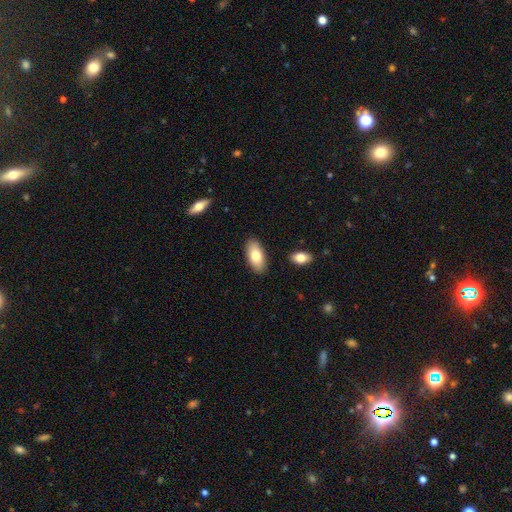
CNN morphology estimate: The model was most divided on "smooth or featured": smooth: 78%, featured or disk: 16%, star or artifact: 6%. More confident: how rounded — in between (90%); merging — none (88%).